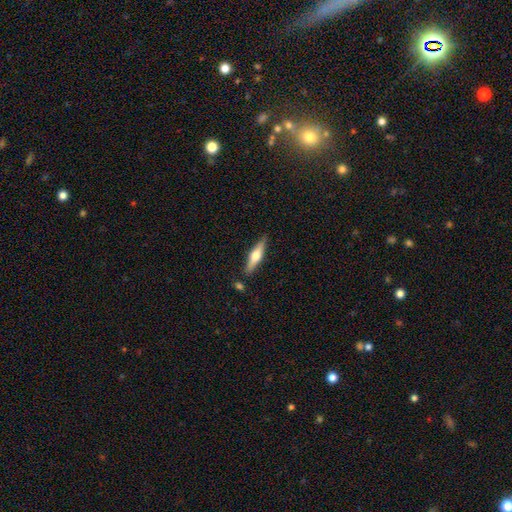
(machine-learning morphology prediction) type=featured or disk (54%); edge-on=yes (95%); edge-on bulge=rounded (92%); merging=none (84%).